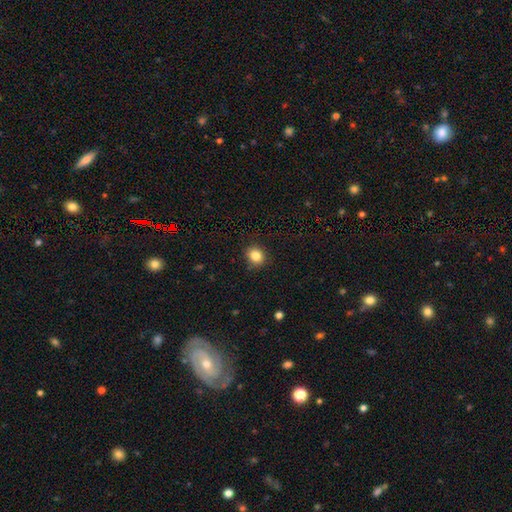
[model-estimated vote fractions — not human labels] smooth 84%, star or artifact 11%, featured or disk 5%. Down the decision tree: how rounded — round (70%); merging — none (88%).